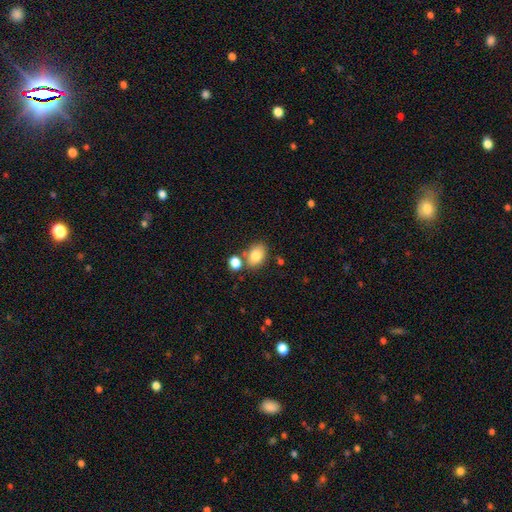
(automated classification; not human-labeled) This appears to be a smooth galaxy with no disk features (81%) that is in between round and cigar-shaped (74%). Merging: none (68%).